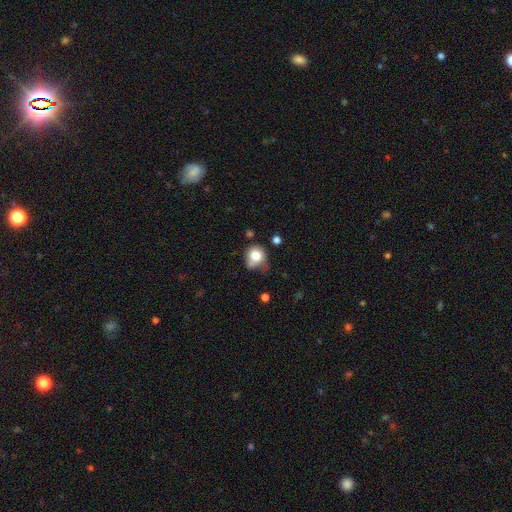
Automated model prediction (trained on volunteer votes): Smooth or featured? Predicted: smooth (p=0.77). How rounded? Predicted: round (p=0.70). Merging? Predicted: none (p=0.44).